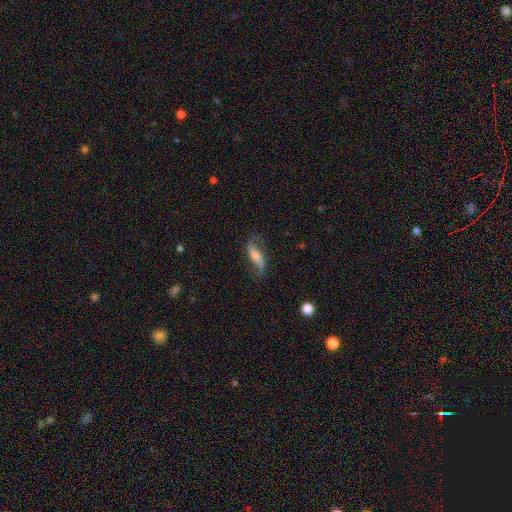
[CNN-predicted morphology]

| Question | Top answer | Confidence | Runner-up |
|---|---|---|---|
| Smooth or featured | featured or disk | 66% | smooth (25%) |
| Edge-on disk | no | 84% | yes (16%) |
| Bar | no | 35% | weak (33%) |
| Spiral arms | yes | 91% | no (9%) |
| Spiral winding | loose | 72% | medium (21%) |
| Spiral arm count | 2 | 88% | 1 (4%) |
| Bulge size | moderate | 36% | small (33%) |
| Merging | none | 70% | minor disturbance (18%) |